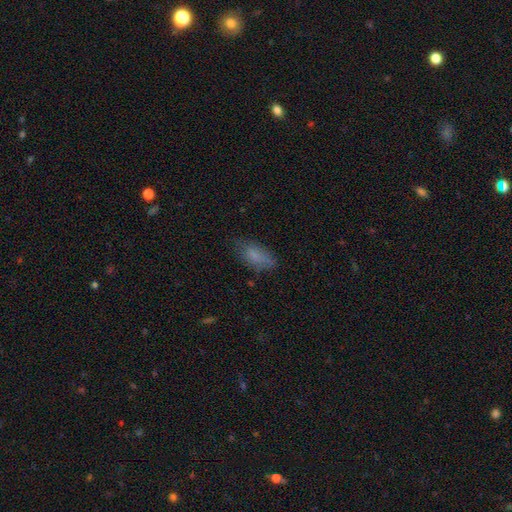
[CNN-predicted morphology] The model was most divided on "merging": none: 63%, minor disturbance: 26%, major disturbance: 9%, merger: 2%. More confident: how rounded — in between (87%); smooth or featured — smooth (78%).